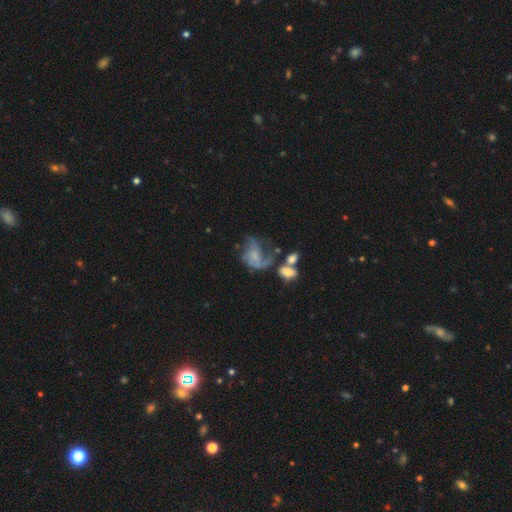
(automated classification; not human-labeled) Smooth or featured? Predicted: featured or disk (p=0.71). Edge-on disk? Predicted: no (p=0.97). Bar? Predicted: no (p=0.71). Spiral arms? Predicted: yes (p=0.83). Spiral winding? Predicted: loose (p=0.43). Spiral arm count? Predicted: 2 (p=0.36). Bulge size? Predicted: small (p=0.54). Merging? Predicted: major disturbance (p=0.33).